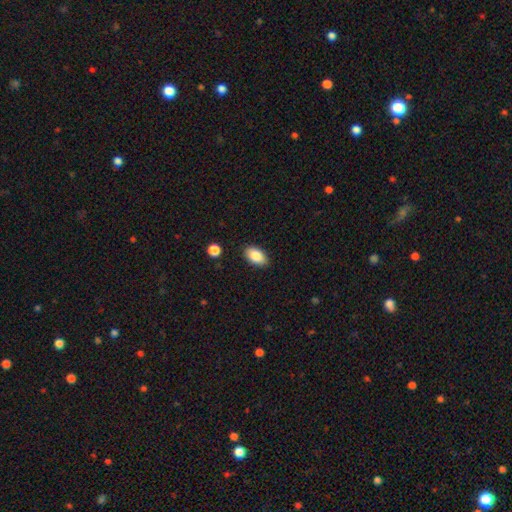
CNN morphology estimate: Smooth or featured?
  - smooth: 87% *
  - star or artifact: 7%
  - featured or disk: 6%
How rounded?
  - in between: 92% *
  - round: 6%
  - cigar-shaped: 2%
Merging?
  - none: 87% *
  - minor disturbance: 10%
  - major disturbance: 2%
  - merger: 1%